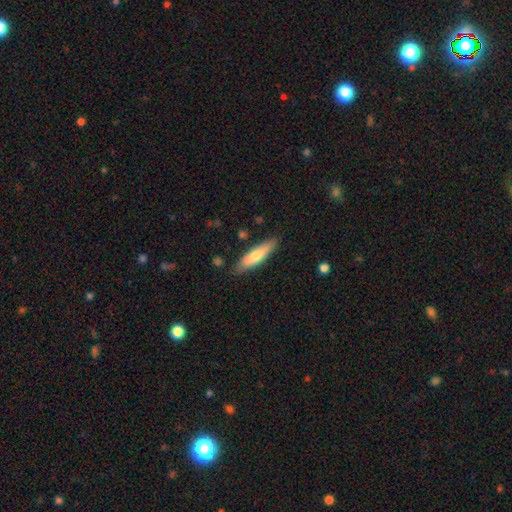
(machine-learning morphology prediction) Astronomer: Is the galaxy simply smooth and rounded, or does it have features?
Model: smooth — 65%.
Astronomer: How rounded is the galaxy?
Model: cigar-shaped — 72%.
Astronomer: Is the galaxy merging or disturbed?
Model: none — 84%.